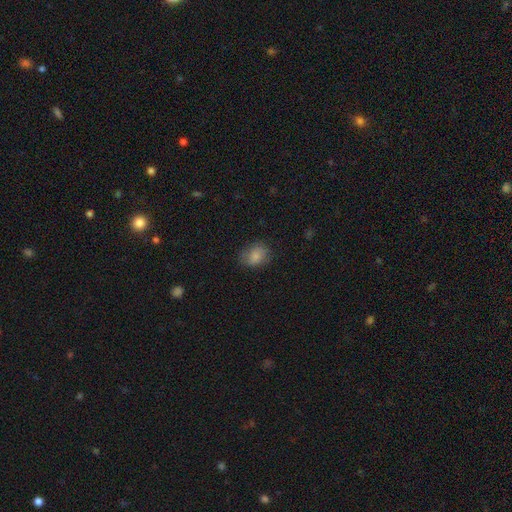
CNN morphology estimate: A smooth galaxy with no disk features (84%) that is in between round and cigar-shaped (60%).

Vote fractions:
- Smooth or featured? smooth: 84% / star or artifact: 9% / featured or disk: 7%
- How rounded? in between: 60% / round: 39% / cigar-shaped: 1%
- Merging? none: 72% / minor disturbance: 21% / major disturbance: 6% / merger: 1%